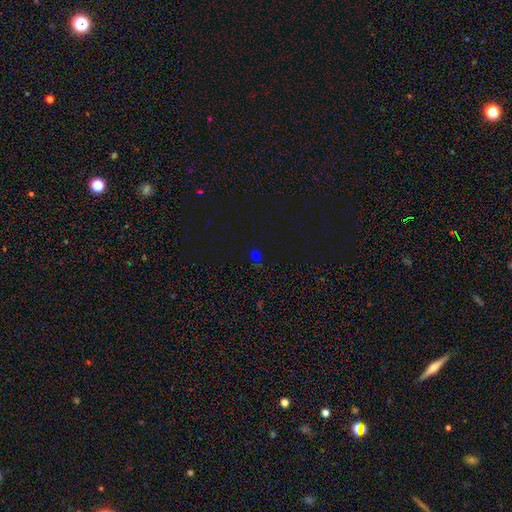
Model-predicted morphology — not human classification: Q: Smooth or featured?
A: smooth (53%); runner-up: star or artifact (41%)
Q: How rounded?
A: round (56%); runner-up: in between (42%)
Q: Merging?
A: none (72%); runner-up: minor disturbance (16%)